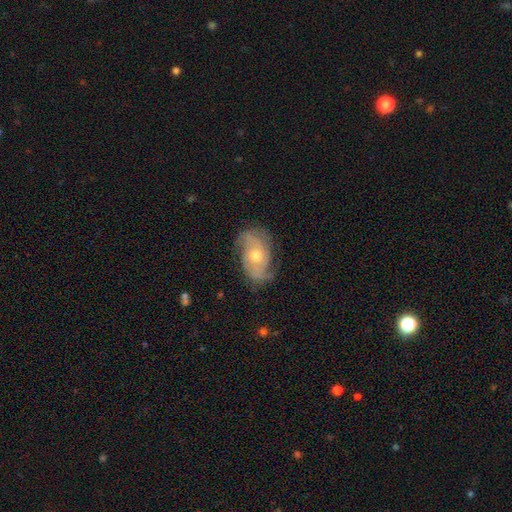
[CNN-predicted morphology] type=featured or disk (78%); edge-on=no (95%); bar=no (74%); spiral arms=yes (91%); winding=medium (41%); arm count=2 (60%); bulge=moderate (57%); merging=none (70%).